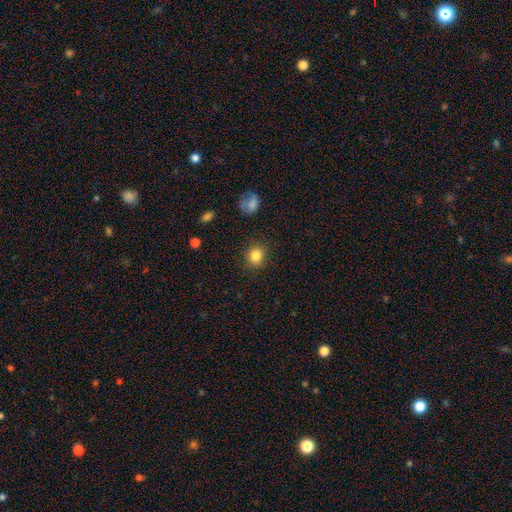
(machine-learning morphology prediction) The model was most divided on "how rounded": round: 80%, in between: 19%, cigar-shaped: 1%. More confident: merging — none (87%); smooth or featured — smooth (85%).